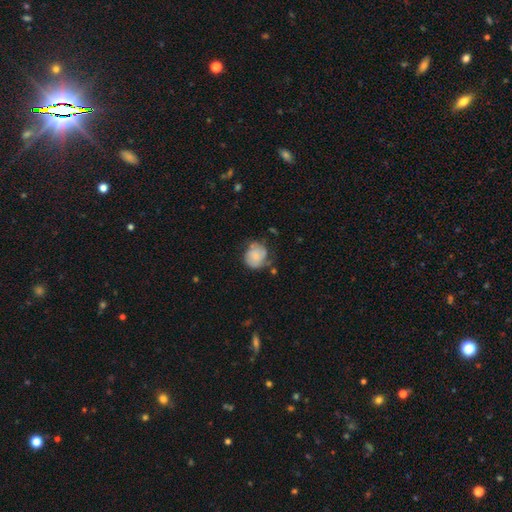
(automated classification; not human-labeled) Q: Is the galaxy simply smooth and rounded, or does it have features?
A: smooth — 60%.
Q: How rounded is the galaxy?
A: round — 77%.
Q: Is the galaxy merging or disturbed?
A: none — 52%.